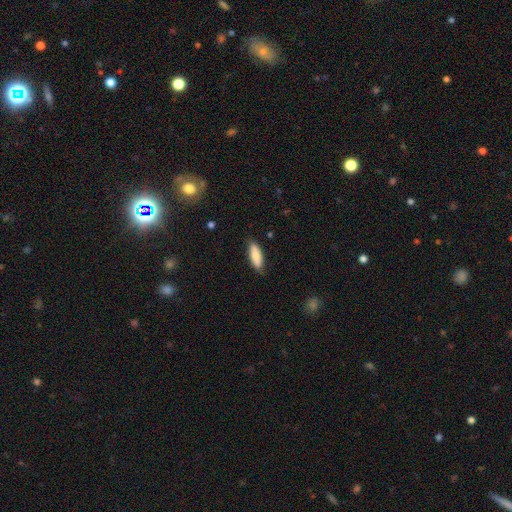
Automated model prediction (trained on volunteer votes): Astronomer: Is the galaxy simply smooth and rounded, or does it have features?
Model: smooth — 82%.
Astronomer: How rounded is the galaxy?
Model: in between — 63%.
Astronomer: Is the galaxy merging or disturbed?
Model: none — 82%.